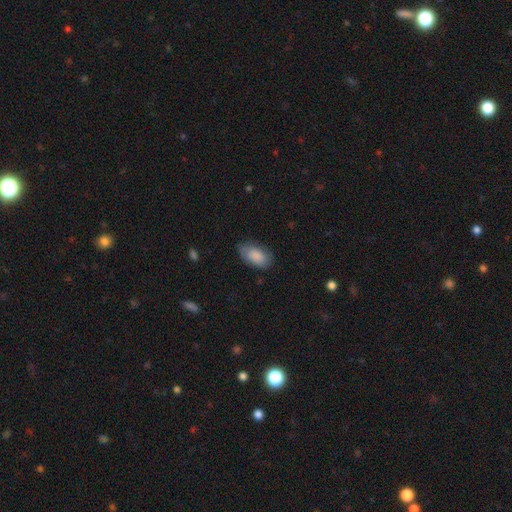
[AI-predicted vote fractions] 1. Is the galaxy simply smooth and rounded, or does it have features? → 86% smooth, 8% featured or disk, 6% star or artifact.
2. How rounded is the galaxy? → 94% in between, 3% round, 3% cigar-shaped.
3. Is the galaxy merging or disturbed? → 76% none, 18% minor disturbance, 4% major disturbance, 1% merger.